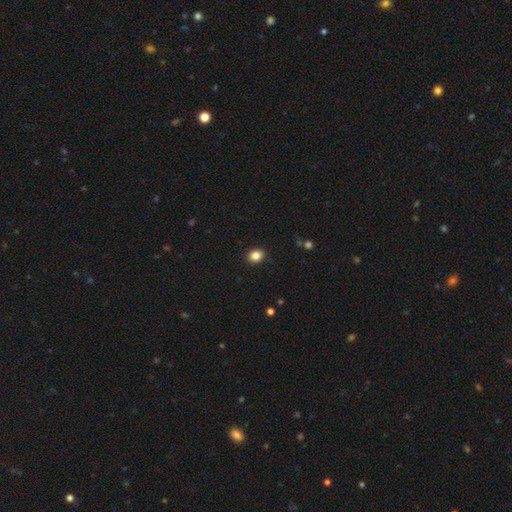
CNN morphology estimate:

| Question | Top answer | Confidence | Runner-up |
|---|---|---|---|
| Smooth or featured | smooth | 85% | star or artifact (10%) |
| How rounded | round | 58% | in between (42%) |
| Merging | none | 90% | minor disturbance (7%) |